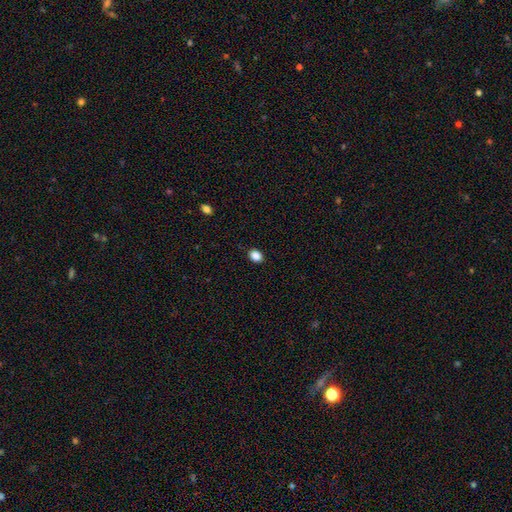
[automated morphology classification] Smooth or featured: smooth — 87% (star or artifact — 10%)
How rounded: in between — 55% (round — 44%)
Merging: none — 90% (minor disturbance — 7%)